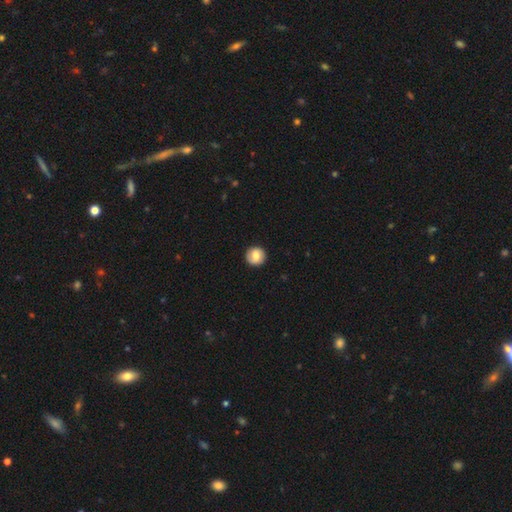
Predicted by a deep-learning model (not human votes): The model was most divided on "smooth or featured": smooth: 69%, featured or disk: 24%, star or artifact: 8%. More confident: how rounded — round (91%); merging — none (89%).